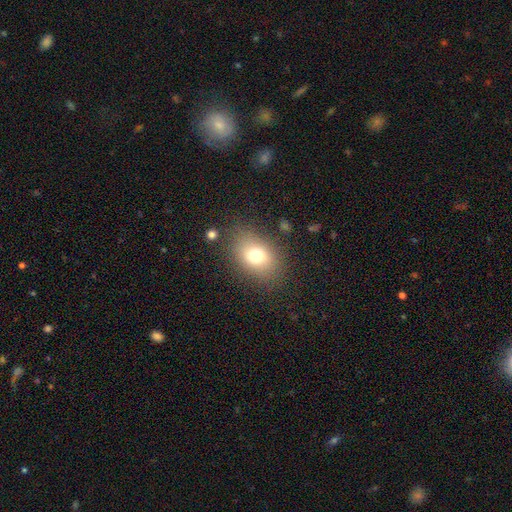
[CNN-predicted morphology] Smooth or featured?
  - smooth: 73% *
  - featured or disk: 15%
  - star or artifact: 12%
How rounded?
  - in between: 71% *
  - round: 27%
  - cigar-shaped: 1%
Merging?
  - none: 80% *
  - minor disturbance: 13%
  - major disturbance: 5%
  - merger: 2%